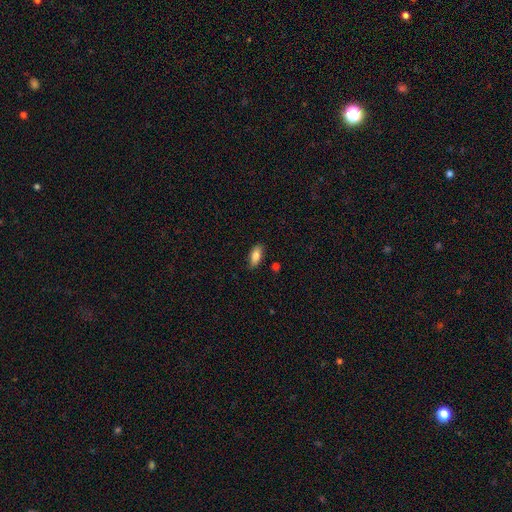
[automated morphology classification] A smooth galaxy with no disk features (84%) that is in between round and cigar-shaped (86%). Merging: none (84%).